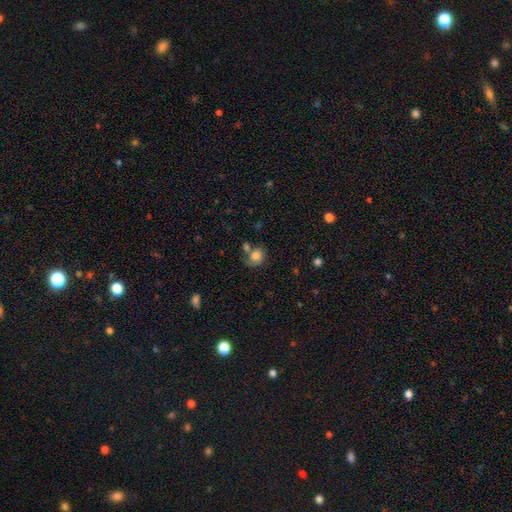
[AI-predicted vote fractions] Overall: smooth (79%). How rounded: round (62%; in between 37%). Merging: none (46%; merger 27%).